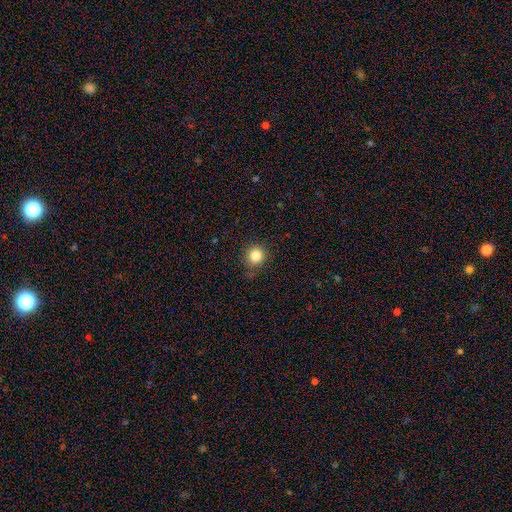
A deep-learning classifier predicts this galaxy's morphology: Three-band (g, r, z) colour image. It shows a smooth galaxy with no disk features (83%) that is round (91%). Merging: none (86%).